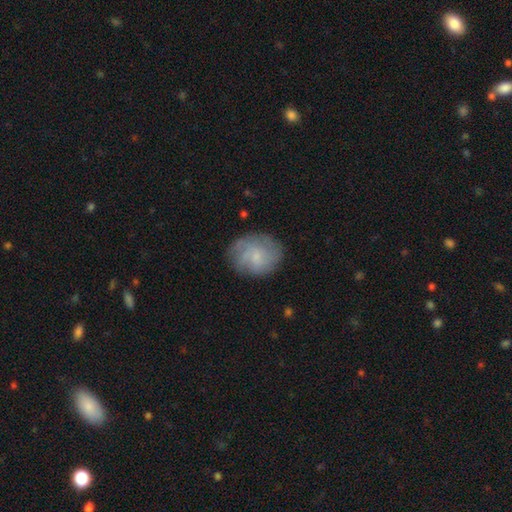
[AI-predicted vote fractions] Q: Smooth or featured?
A: smooth (49%); runner-up: featured or disk (41%)
Q: Merging?
A: none (72%); runner-up: minor disturbance (19%)